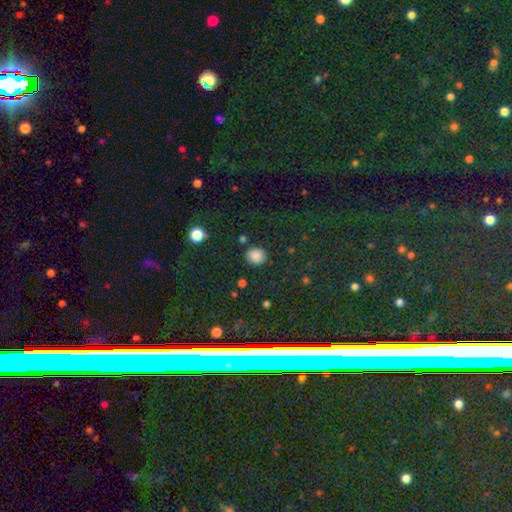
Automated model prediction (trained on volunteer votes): Smooth or featured? Predicted: smooth (p=0.85). How rounded? Predicted: round (p=0.78). Merging? Predicted: none (p=0.85).